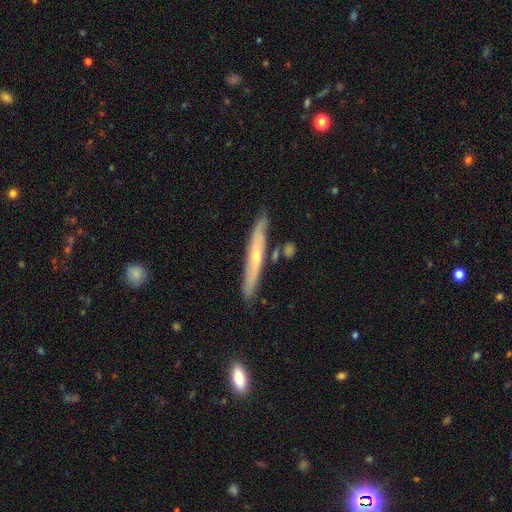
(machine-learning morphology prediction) A featured or disk galaxy (62%) viewed edge-on (78%). Merging: none (81%).